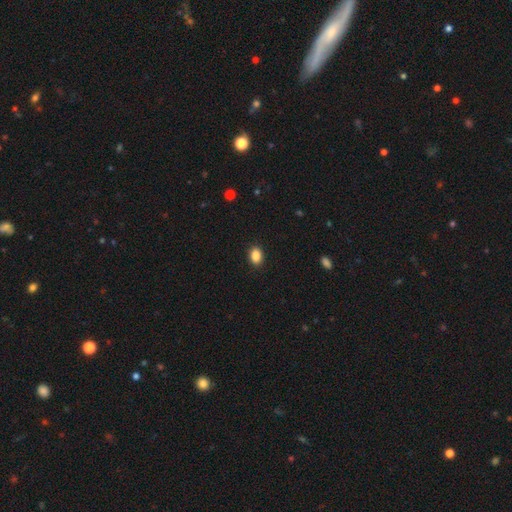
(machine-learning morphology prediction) A smooth galaxy with no disk features (88%) that is in between round and cigar-shaped (79%).

Vote fractions:
- Smooth or featured? smooth: 88% / star or artifact: 9% / featured or disk: 3%
- How rounded? in between: 79% / round: 19% / cigar-shaped: 1%
- Merging? none: 90% / minor disturbance: 8% / major disturbance: 2% / merger: 1%